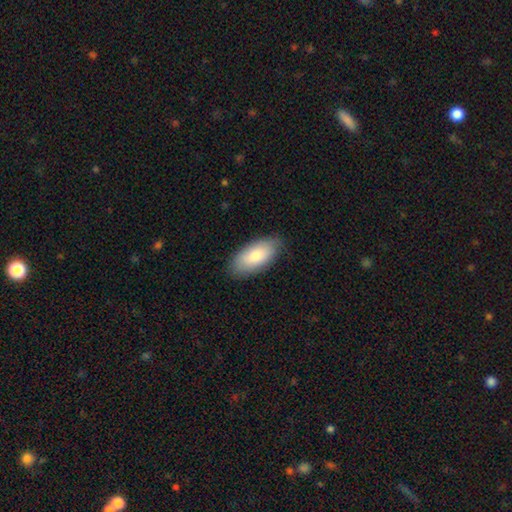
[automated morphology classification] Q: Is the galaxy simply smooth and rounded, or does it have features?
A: smooth — 80%.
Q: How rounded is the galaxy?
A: in between — 92%.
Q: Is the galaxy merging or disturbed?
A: none — 83%.